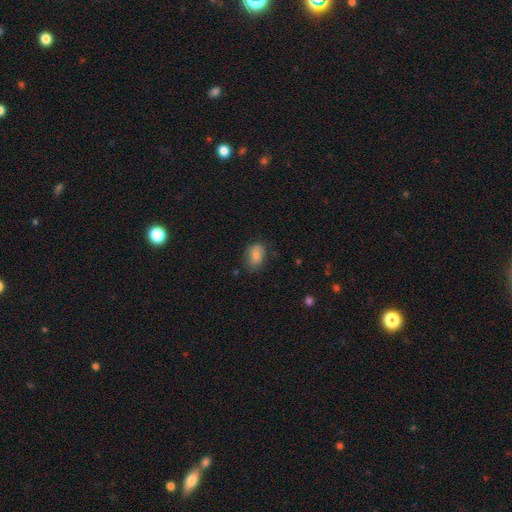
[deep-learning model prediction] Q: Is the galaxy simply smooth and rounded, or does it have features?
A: smooth — 83%.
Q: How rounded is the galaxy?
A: in between — 81%.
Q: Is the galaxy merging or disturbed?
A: none — 70%.